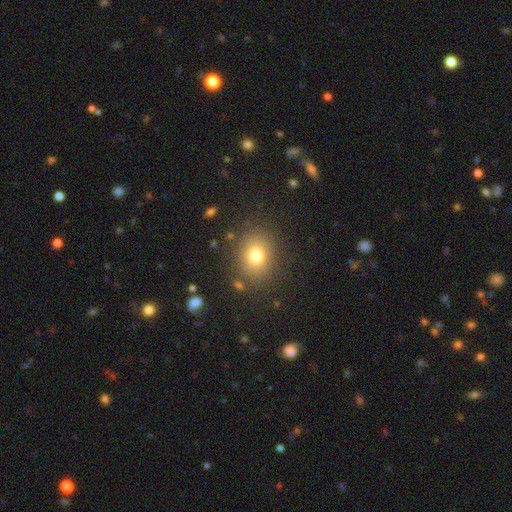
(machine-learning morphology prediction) Smooth or featured?
  - smooth: 76% *
  - star or artifact: 14%
  - featured or disk: 10%
How rounded?
  - round: 59% *
  - in between: 40%
  - cigar-shaped: 1%
Merging?
  - none: 84% *
  - minor disturbance: 9%
  - major disturbance: 4%
  - merger: 2%